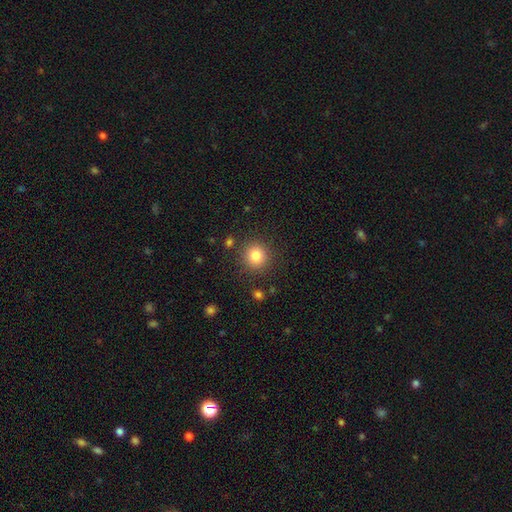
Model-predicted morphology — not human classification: Q: Smooth or featured?
A: smooth (83%); runner-up: star or artifact (11%)
Q: How rounded?
A: round (91%); runner-up: in between (8%)
Q: Merging?
A: none (87%); runner-up: minor disturbance (7%)